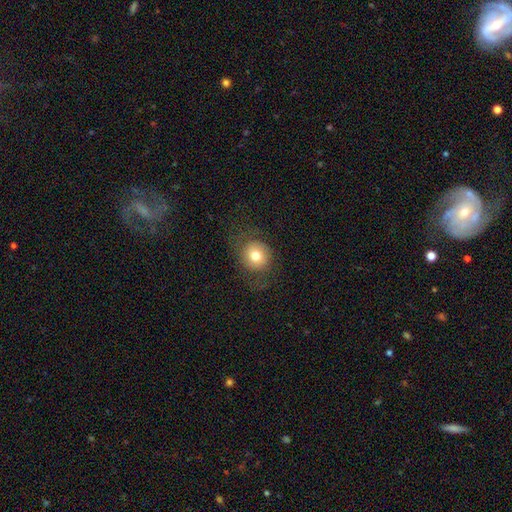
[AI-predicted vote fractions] This appears to be a smooth galaxy with no disk features (71%) that is round (86%). Merging: none (74%).